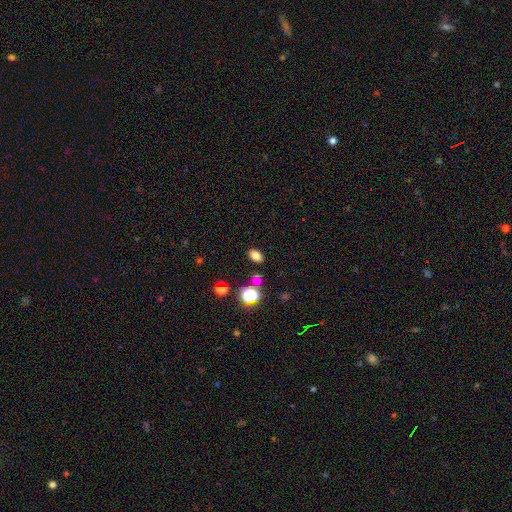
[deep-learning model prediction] Q: Smooth or featured?
A: smooth (77%); runner-up: star or artifact (17%)
Q: How rounded?
A: in between (82%); runner-up: round (16%)
Q: Merging?
A: none (84%); runner-up: minor disturbance (9%)